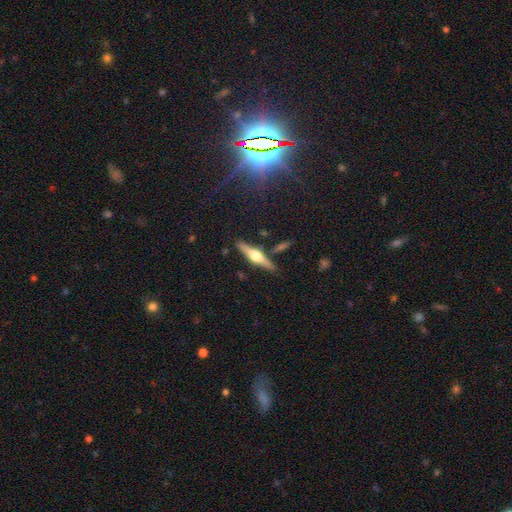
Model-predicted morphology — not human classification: type=featured or disk (72%); edge-on=yes (97%); edge-on bulge=rounded (94%); merging=none (85%).